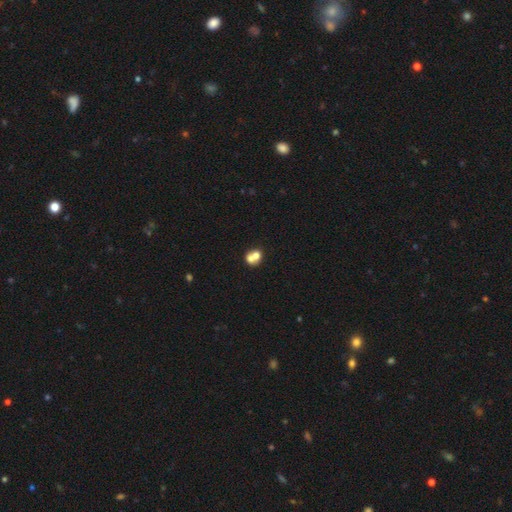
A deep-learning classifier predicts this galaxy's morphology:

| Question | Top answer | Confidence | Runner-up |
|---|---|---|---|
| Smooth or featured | smooth | 68% | featured or disk (21%) |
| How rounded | round | 66% | in between (33%) |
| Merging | merger | 62% | none (28%) |